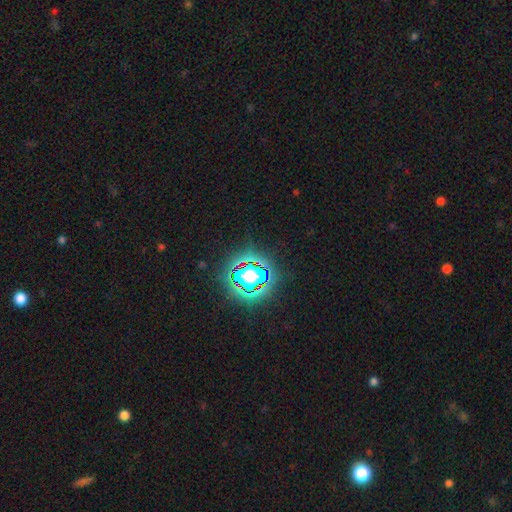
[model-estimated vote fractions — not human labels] star or artifact 84%, smooth 10%, featured or disk 6%.